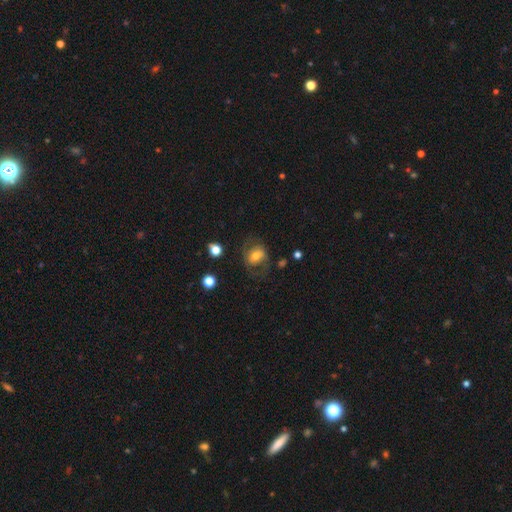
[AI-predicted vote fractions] smooth-or-featured: smooth: 48% | featured or disk: 43% | star or artifact: 9%
  merging: none: 58% | major disturbance: 20% | minor disturbance: 19% | merger: 2%